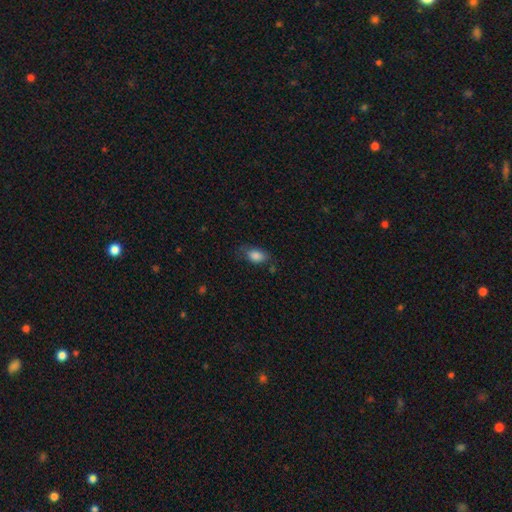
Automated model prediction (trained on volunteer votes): This is clearly a smooth galaxy (85%). How rounded: clearly in between (88%). Merging: likely none (62%).